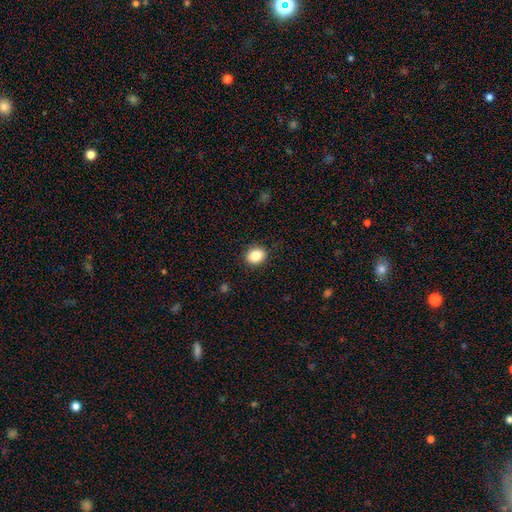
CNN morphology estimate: The model was most divided on "how rounded": round: 51%, in between: 49%, cigar-shaped: 1%. More confident: merging — none (90%); smooth or featured — smooth (85%).